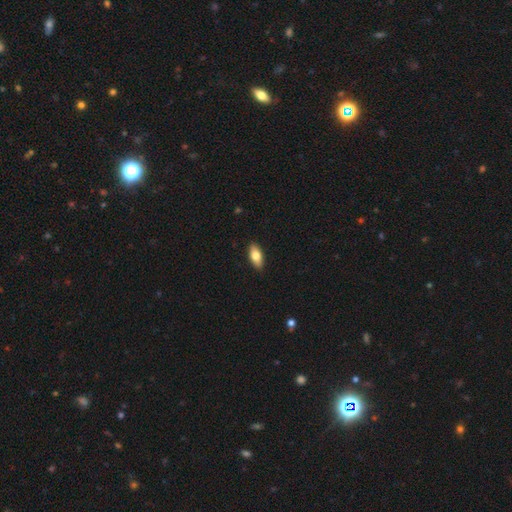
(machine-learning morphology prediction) Overall: smooth (75%). How rounded: in between (86%). Merging: none (90%).